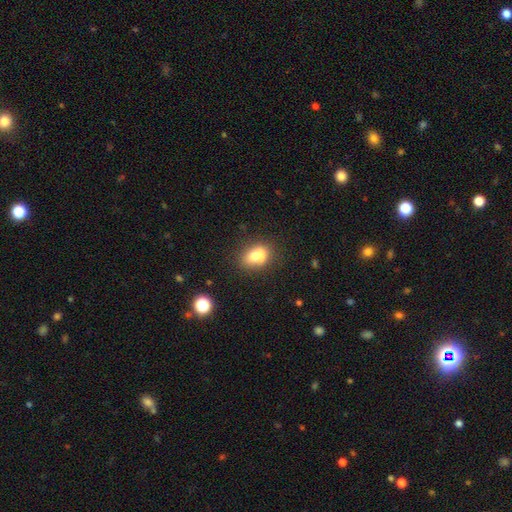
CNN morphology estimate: Smooth or featured: smooth — 72% (featured or disk — 17%)
How rounded: in between — 70% (round — 28%)
Merging: none — 65% (minor disturbance — 21%)